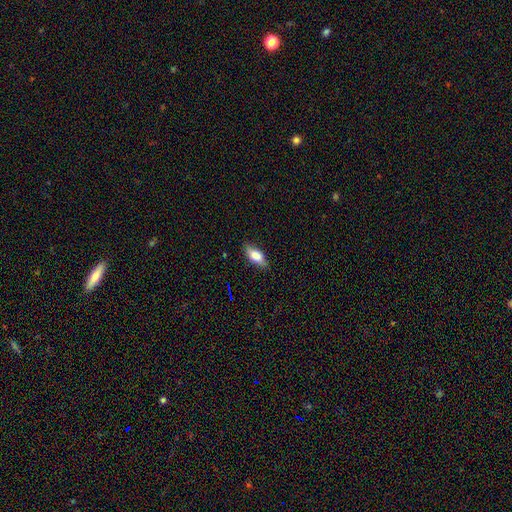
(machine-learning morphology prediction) type=smooth (76%); roundness=in between (80%); merging=none (82%).